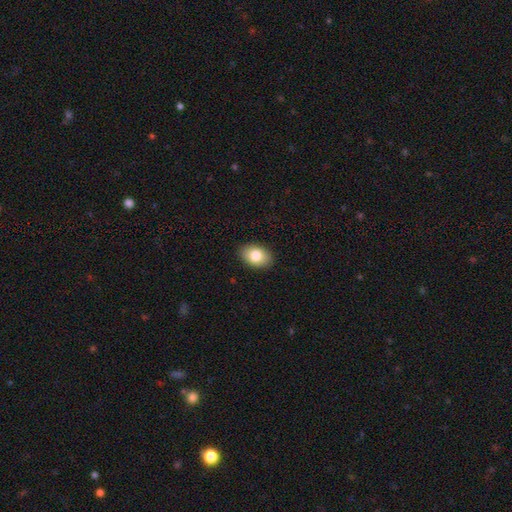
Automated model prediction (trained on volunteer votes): The model was most divided on "smooth or featured": smooth: 82%, featured or disk: 11%, star or artifact: 7%. More confident: merging — none (90%); how rounded — in between (86%).